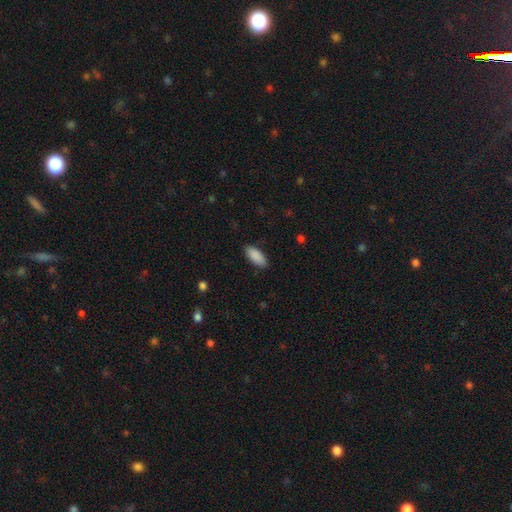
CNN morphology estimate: The model was most divided on "how rounded": in between: 87%, cigar-shaped: 12%, round: 2%. More confident: smooth or featured — smooth (90%); merging — none (88%).